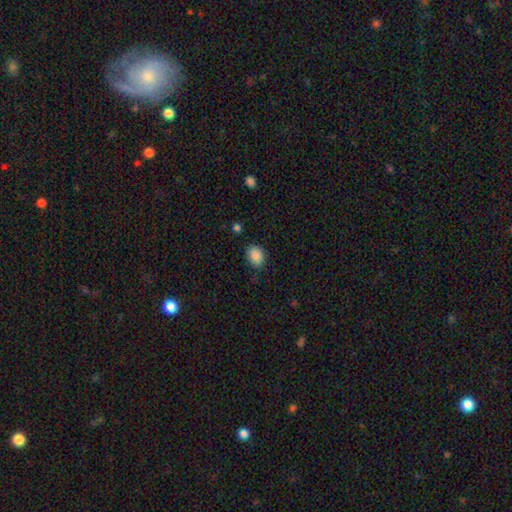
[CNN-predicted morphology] Smooth or featured? smooth (88%)
How rounded? in between (67%)
Merging? none (78%)